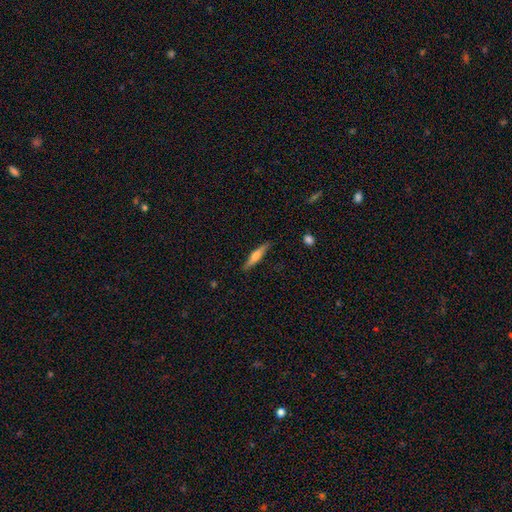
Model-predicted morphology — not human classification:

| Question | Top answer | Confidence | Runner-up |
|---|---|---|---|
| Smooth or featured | smooth | 47% | featured or disk (46%) |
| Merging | none | 87% | minor disturbance (9%) |